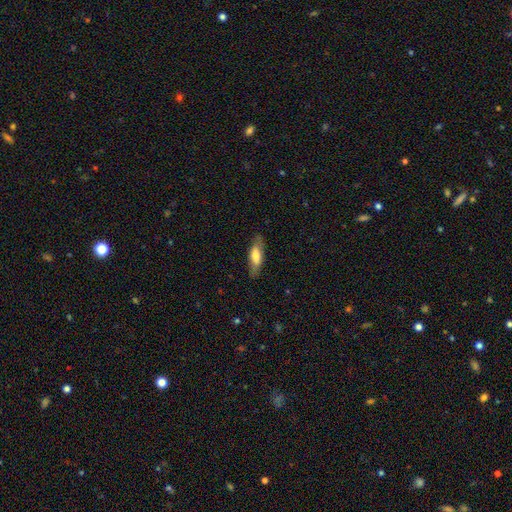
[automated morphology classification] This appears to be a smooth galaxy with no disk features (62%) that is in between round and cigar-shaped (56%). Merging: none (80%).